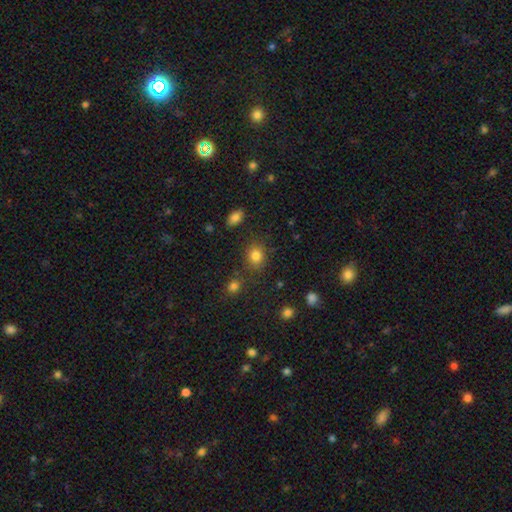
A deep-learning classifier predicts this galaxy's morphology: Smooth or featured?
  - smooth: 82% *
  - star or artifact: 12%
  - featured or disk: 6%
How rounded?
  - round: 67% *
  - in between: 32%
  - cigar-shaped: 1%
Merging?
  - none: 79% *
  - minor disturbance: 12%
  - merger: 5%
  - major disturbance: 4%